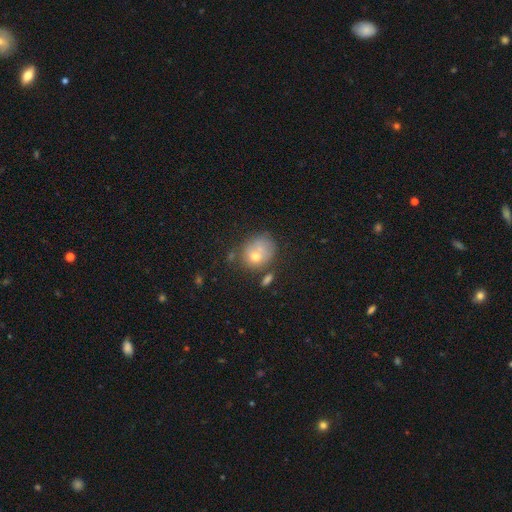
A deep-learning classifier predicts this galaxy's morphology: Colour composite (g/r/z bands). It shows a smooth galaxy with no disk features (67%) that is round (62%). Merging: none (47%).